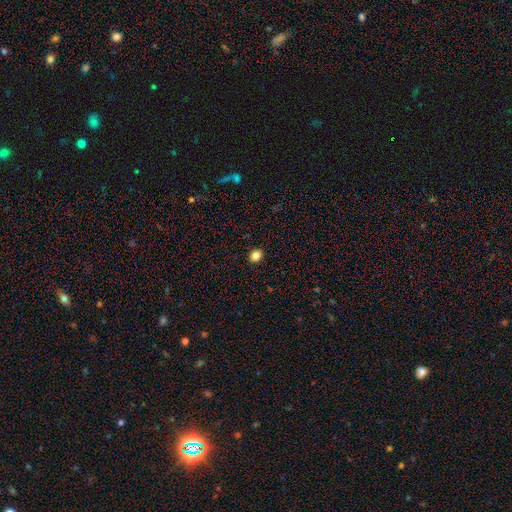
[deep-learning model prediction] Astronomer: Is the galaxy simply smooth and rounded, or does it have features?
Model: smooth — 84%.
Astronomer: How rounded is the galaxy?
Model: round — 76%.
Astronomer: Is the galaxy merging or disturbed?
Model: none — 92%.